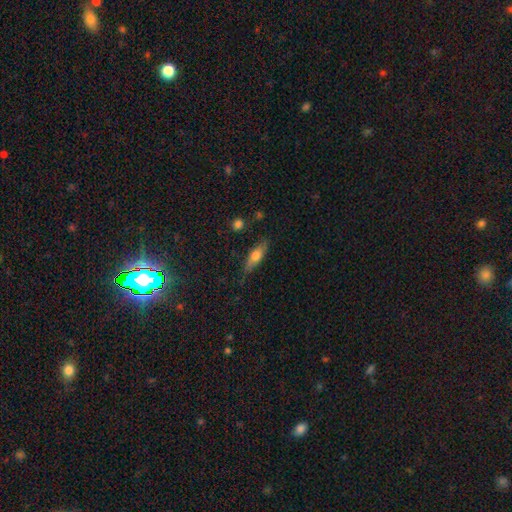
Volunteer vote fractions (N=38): smooth 82%, featured or disk 13%, star or artifact 5%. Down the decision tree: how rounded — in between (52%); merging — none (64%).